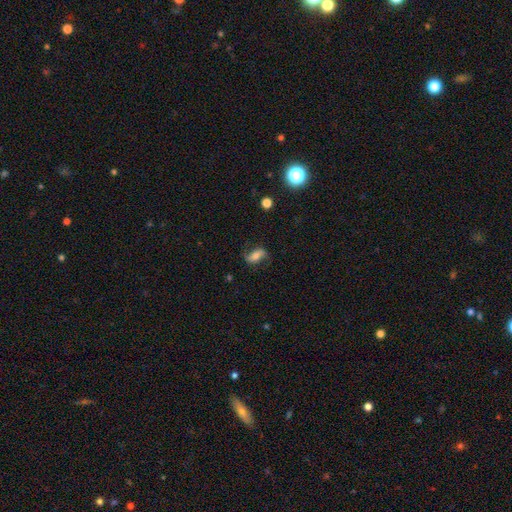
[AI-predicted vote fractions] Smooth or featured? featured or disk (49%)
Merging? none (72%)